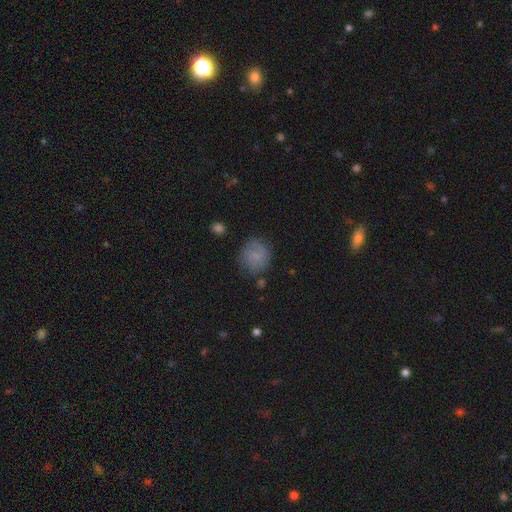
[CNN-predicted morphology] Overall: smooth (55%; featured or disk 34%). How rounded: round (75%). Merging: none (73%).